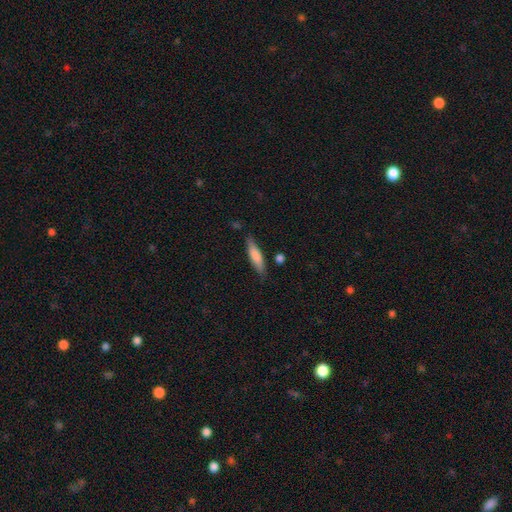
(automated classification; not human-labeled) A smooth galaxy with no disk features (78%) that is cigar-shaped (71%).

Vote fractions:
- Smooth or featured? smooth: 78% / featured or disk: 16% / star or artifact: 6%
- How rounded? cigar-shaped: 71% / in between: 28% / round: 2%
- Merging? none: 78% / minor disturbance: 16% / merger: 3% / major disturbance: 3%